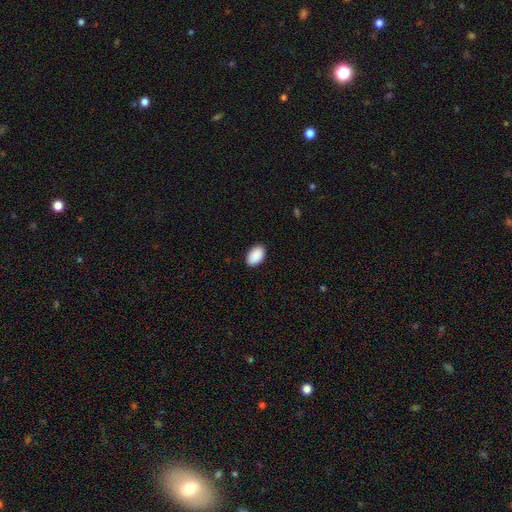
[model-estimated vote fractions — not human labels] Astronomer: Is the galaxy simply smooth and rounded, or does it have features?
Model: smooth — 91%.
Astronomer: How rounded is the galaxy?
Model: in between — 93%.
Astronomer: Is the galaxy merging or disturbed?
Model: none — 89%.